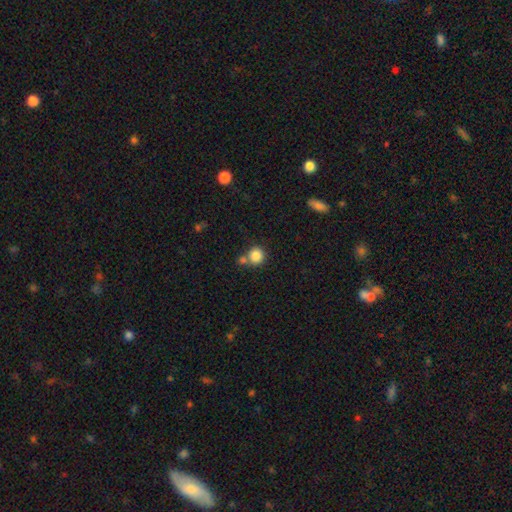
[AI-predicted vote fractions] The model was most divided on "merging": none: 60%, merger: 28%, minor disturbance: 9%, major disturbance: 3%. More confident: how rounded — round (90%); smooth or featured — smooth (85%).